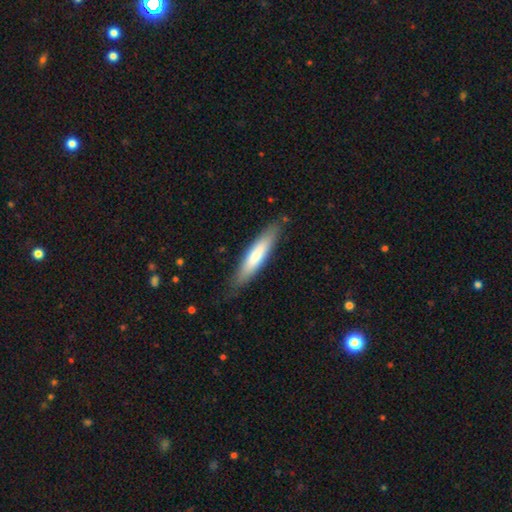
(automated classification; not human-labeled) Morphology: type=smooth (66%); roundness=cigar-shaped (82%); merging=none (84%).